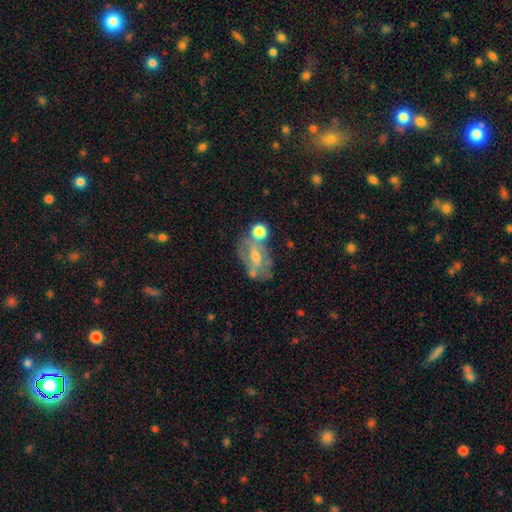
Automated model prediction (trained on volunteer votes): Q: Smooth or featured?
A: featured or disk (59%); runner-up: smooth (30%)
Q: Edge-on disk?
A: no (92%); runner-up: yes (8%)
Q: Bar?
A: no (46%); runner-up: weak (35%)
Q: Spiral arms?
A: no (53%); runner-up: yes (47%)
Q: Bulge size?
A: small (49%); runner-up: moderate (44%)
Q: Merging?
A: none (46%); runner-up: merger (23%)